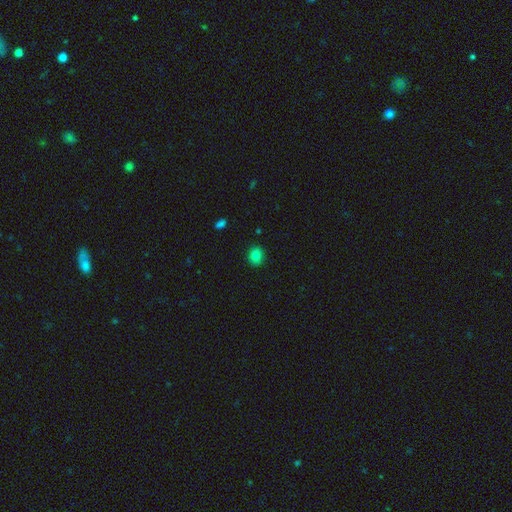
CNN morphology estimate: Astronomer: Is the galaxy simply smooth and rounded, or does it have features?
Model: smooth — 83%.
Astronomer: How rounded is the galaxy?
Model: round — 71%.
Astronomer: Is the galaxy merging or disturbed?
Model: none — 89%.